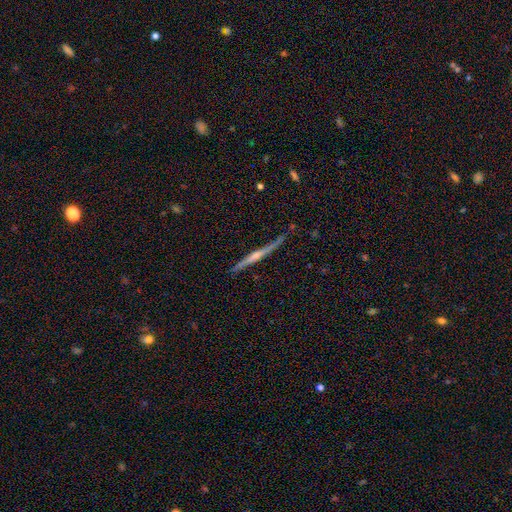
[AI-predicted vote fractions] Smooth or featured?
  - featured or disk: 75% *
  - smooth: 19%
  - star or artifact: 6%
Edge-on disk?
  - yes: 97% *
  - no: 3%
Edge-on bulge?
  - rounded: 60% *
  - none: 28%
  - boxy: 12%
Merging?
  - none: 82% *
  - minor disturbance: 13%
  - major disturbance: 3%
  - merger: 2%